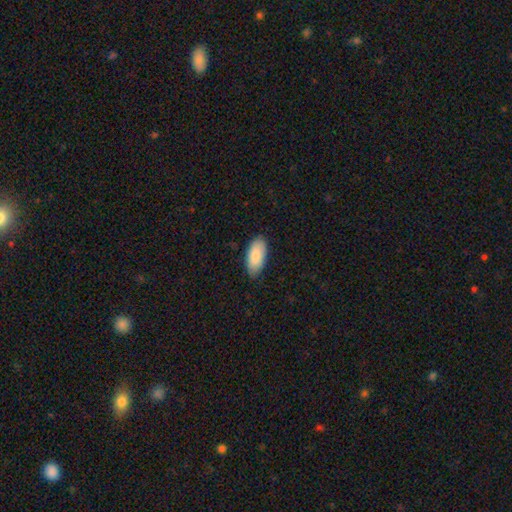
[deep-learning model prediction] This appears to be a smooth galaxy with no disk features (86%) that is in between round and cigar-shaped (92%). Merging: none (83%).